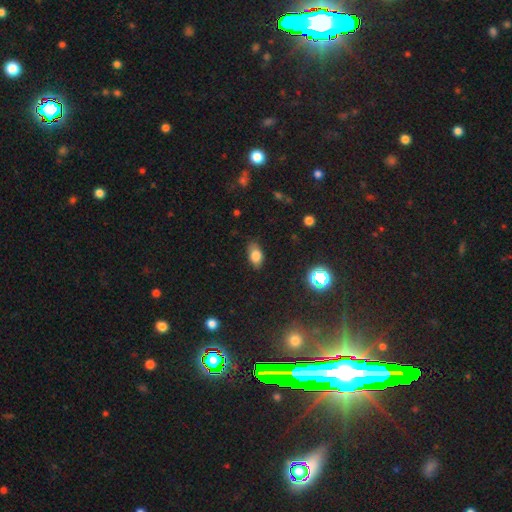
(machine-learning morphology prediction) Smooth or featured? smooth (80%)
How rounded? in between (88%)
Merging? none (78%)